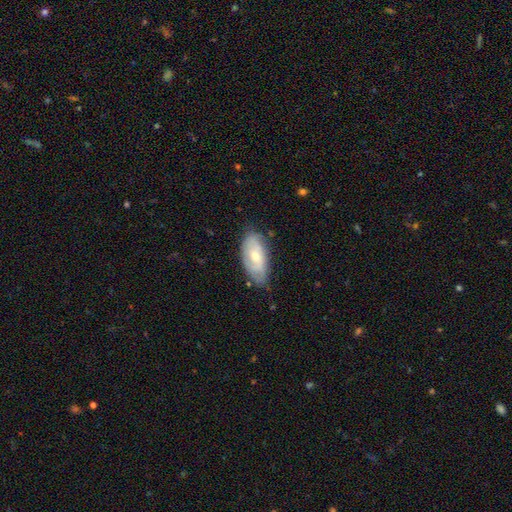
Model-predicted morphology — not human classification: This is possibly a smooth galaxy (48%). Merging: likely none (66%).